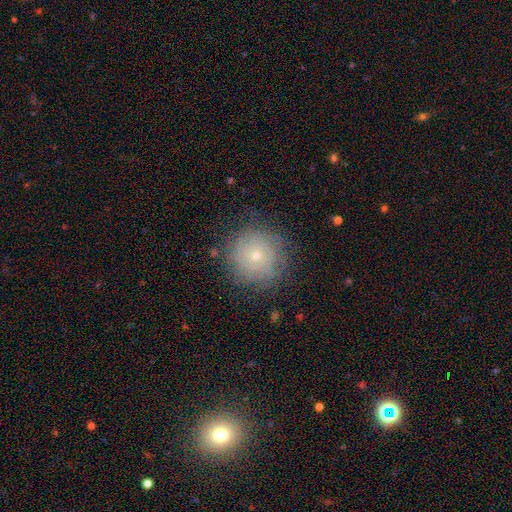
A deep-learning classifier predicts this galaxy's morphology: type=smooth (47%); merging=none (81%).